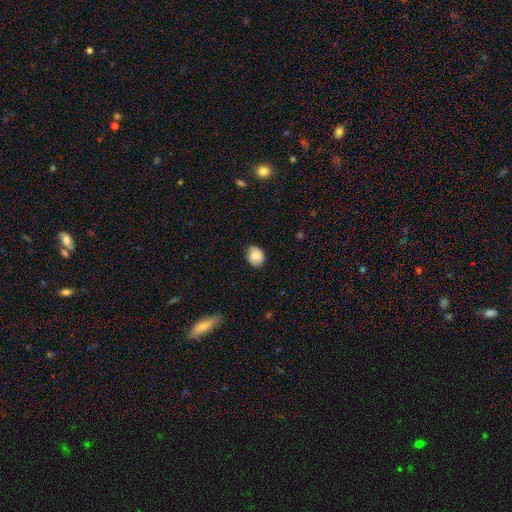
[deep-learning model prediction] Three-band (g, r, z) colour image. It shows a smooth galaxy with no disk features (68%) that is round (58%). Merging: none (78%).